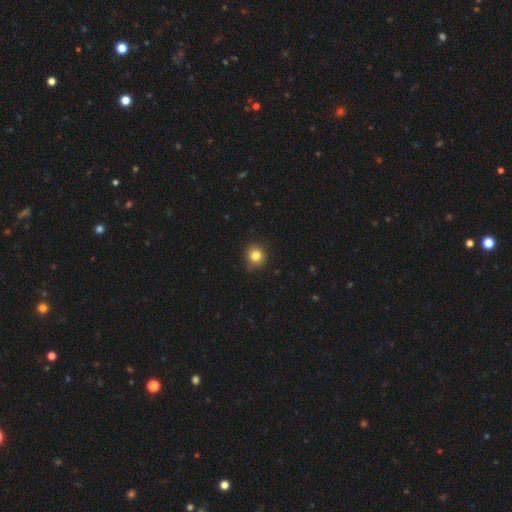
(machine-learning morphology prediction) Smooth or featured? Predicted: smooth (p=0.83). How rounded? Predicted: round (p=0.83). Merging? Predicted: none (p=0.81).